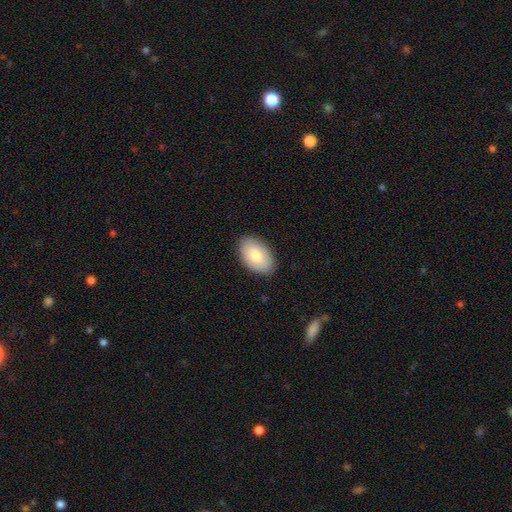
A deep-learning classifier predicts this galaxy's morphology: A smooth galaxy with no disk features (81%) that is in between round and cigar-shaped (93%). Merging: none (86%).